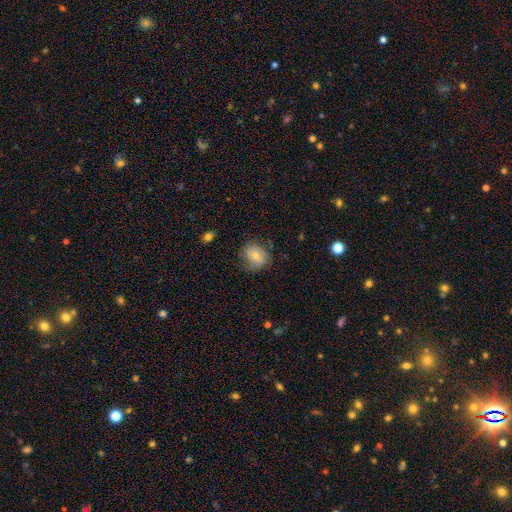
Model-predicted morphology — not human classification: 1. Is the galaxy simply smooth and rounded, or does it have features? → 69% smooth, 23% featured or disk, 8% star or artifact.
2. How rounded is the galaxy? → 61% round, 38% in between, 1% cigar-shaped.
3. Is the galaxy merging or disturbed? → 65% none, 24% minor disturbance, 9% major disturbance, 1% merger.